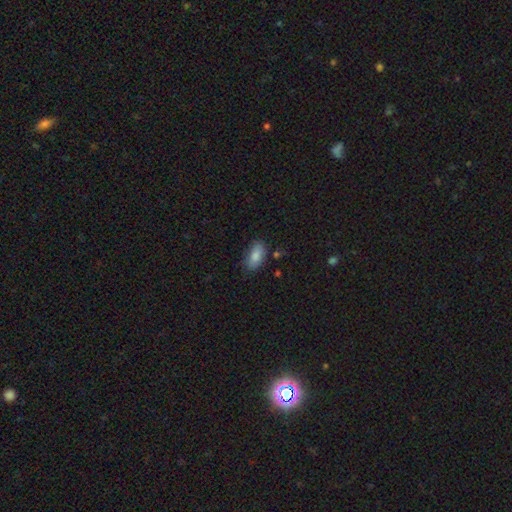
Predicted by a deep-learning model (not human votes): Smooth or featured: smooth — 86% (star or artifact — 7%)
How rounded: in between — 91% (cigar-shaped — 6%)
Merging: none — 74% (minor disturbance — 19%)